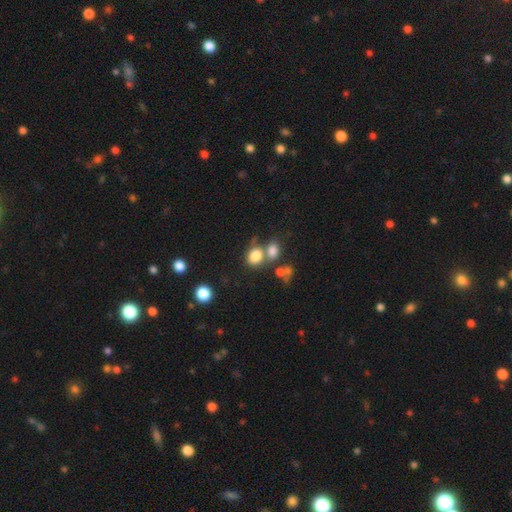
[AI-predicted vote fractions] smooth 79%, star or artifact 12%, featured or disk 9%. Down the decision tree: how rounded — round (56%); merging — none (44%).